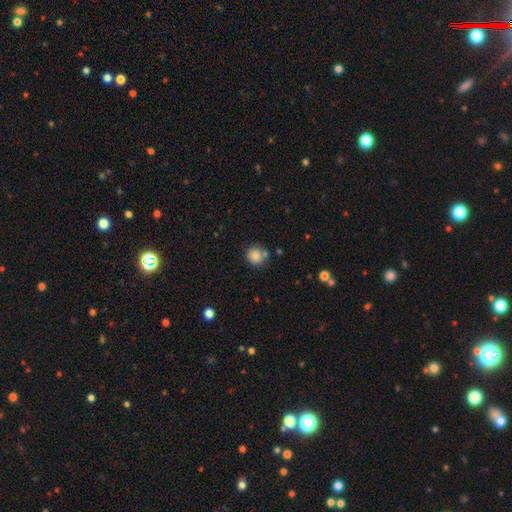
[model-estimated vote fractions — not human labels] smooth 85%, star or artifact 10%, featured or disk 5%. Down the decision tree: how rounded — round (91%); merging — none (71%).